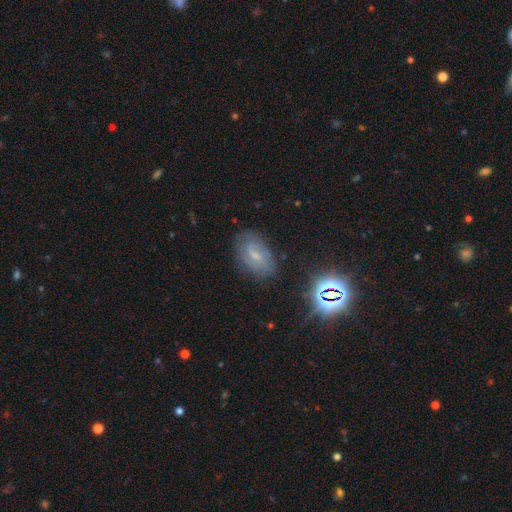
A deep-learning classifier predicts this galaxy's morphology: The model was most divided on "smooth or featured": featured or disk: 44%, smooth: 37%, star or artifact: 19%. More confident: merging — none (73%).